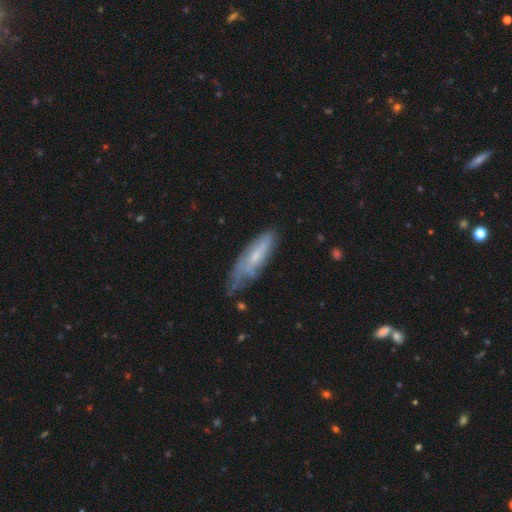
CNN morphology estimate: The model was most divided on "smooth or featured": featured or disk: 48%, smooth: 44%, star or artifact: 7%. Remaining: merging — none (44%).